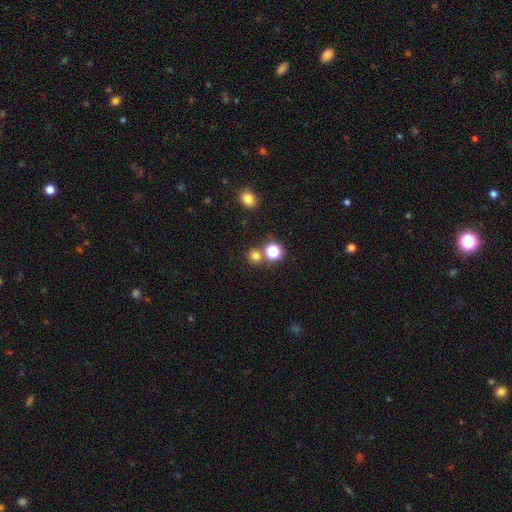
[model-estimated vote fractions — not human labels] Smooth or featured? Predicted: smooth (p=0.73). How rounded? Predicted: round (p=0.91). Merging? Predicted: none (p=0.71).